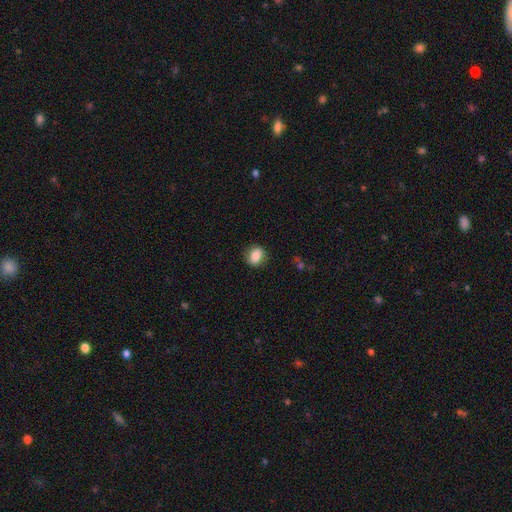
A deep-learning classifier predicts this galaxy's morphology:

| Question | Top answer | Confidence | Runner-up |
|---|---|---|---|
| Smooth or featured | smooth | 86% | star or artifact (8%) |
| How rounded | in between | 54% | round (44%) |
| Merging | none | 83% | minor disturbance (13%) |